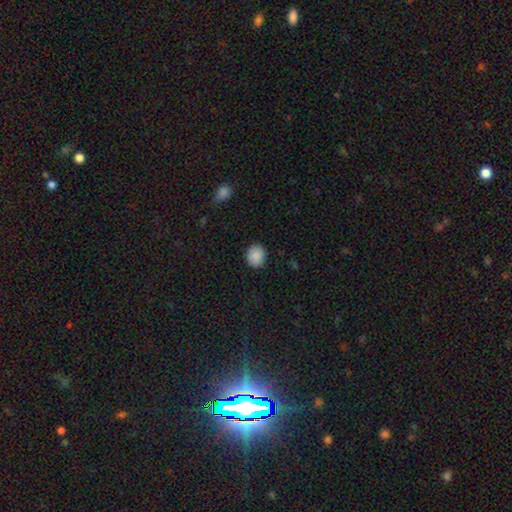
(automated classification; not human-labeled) A smooth galaxy with no disk features (89%) that is round (67%).

Vote fractions:
- Smooth or featured? smooth: 89% / star or artifact: 8% / featured or disk: 3%
- How rounded? round: 67% / in between: 32% / cigar-shaped: 1%
- Merging? none: 87% / minor disturbance: 10% / major disturbance: 2% / merger: 1%